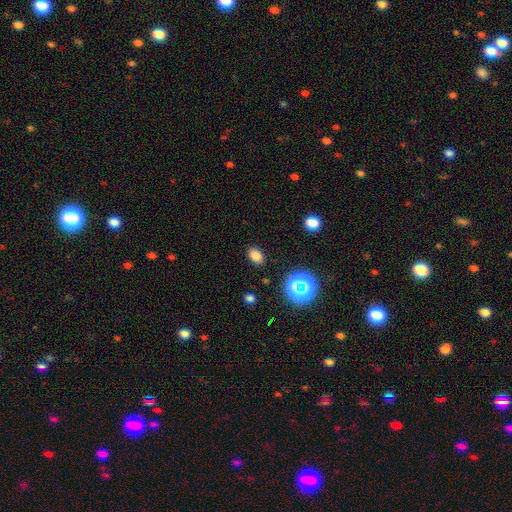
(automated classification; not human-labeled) smooth 76%, star or artifact 17%, featured or disk 7%. Down the decision tree: how rounded — in between (78%); merging — none (87%).